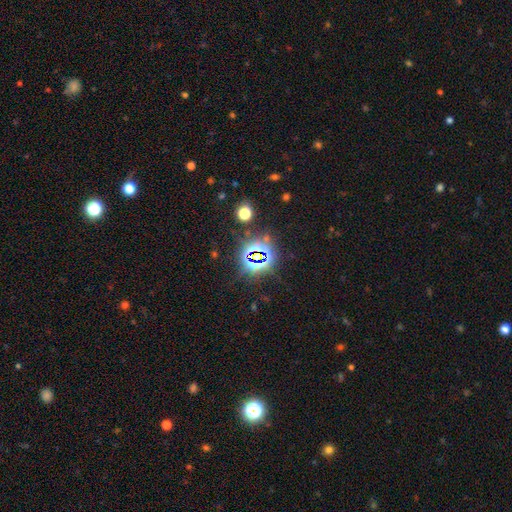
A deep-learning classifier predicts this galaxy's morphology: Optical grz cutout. It shows a star or artifact, not a galaxy (77%).